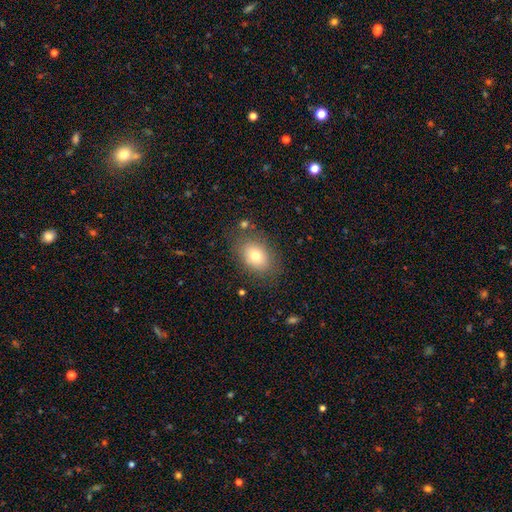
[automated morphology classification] The model was most divided on "how rounded": in between: 78%, round: 21%, cigar-shaped: 1%. More confident: merging — none (79%); smooth or featured — smooth (76%).